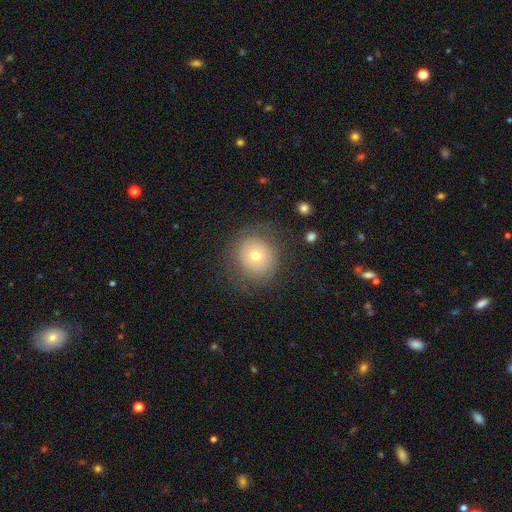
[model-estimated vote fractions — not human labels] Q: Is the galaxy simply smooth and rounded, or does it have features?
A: smooth — 63%.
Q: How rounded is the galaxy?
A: round — 88%.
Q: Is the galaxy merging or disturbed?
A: none — 75%.